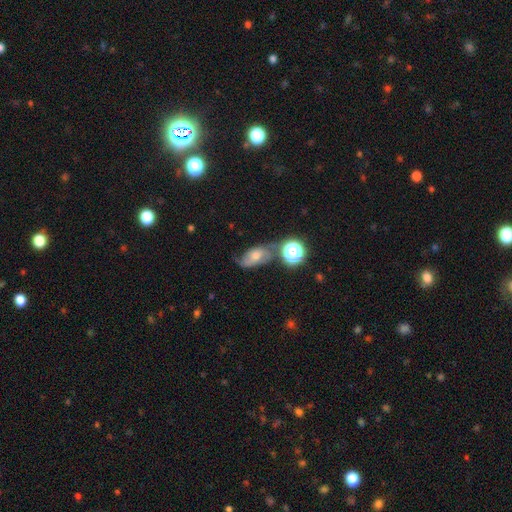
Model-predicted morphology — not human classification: A featured or disk galaxy (52%).

Vote fractions:
- Smooth or featured? featured or disk: 52% / smooth: 27% / star or artifact: 21%
- Edge-on disk? no: 91% / yes: 9%
- Merging? none: 59% / minor disturbance: 21% / major disturbance: 10% / merger: 9%